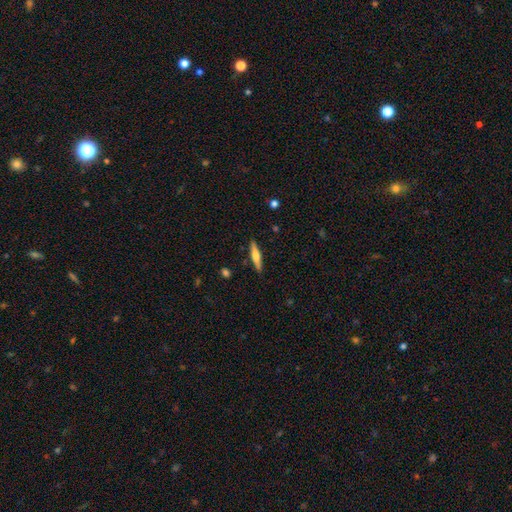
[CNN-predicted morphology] Overall: featured or disk (47%, tied with smooth). Merging: none (89%).